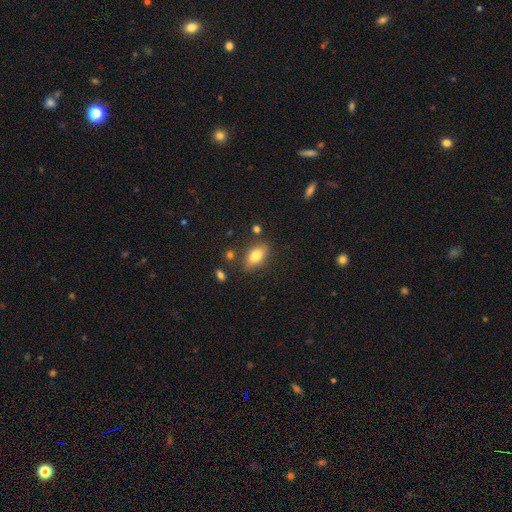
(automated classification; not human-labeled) smooth_or_featured: smooth (p=0.78) [alt: featured or disk p=0.14]
how_rounded: in between (p=0.88) [alt: cigar-shaped p=0.06]
merging: none (p=0.80) [alt: minor disturbance p=0.13]